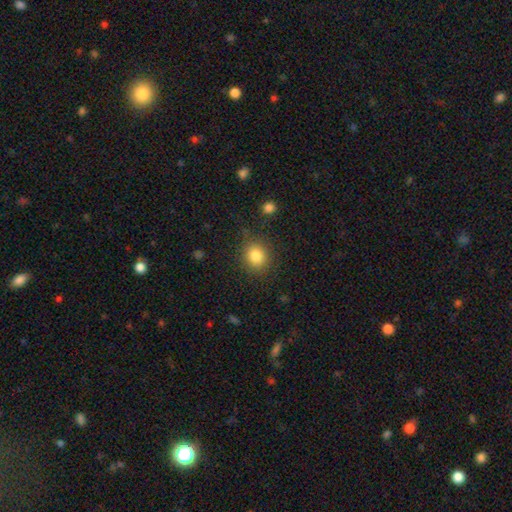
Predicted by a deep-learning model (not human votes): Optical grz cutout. It shows a smooth galaxy with no disk features (83%) that is round (78%). Merging: none (83%).